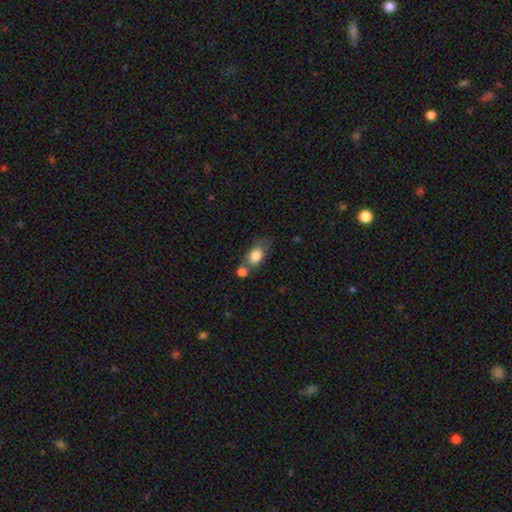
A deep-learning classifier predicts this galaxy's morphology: smooth 80%, featured or disk 13%, star or artifact 8%. Down the decision tree: how rounded — in between (79%); merging — none (37%, tied with merger).